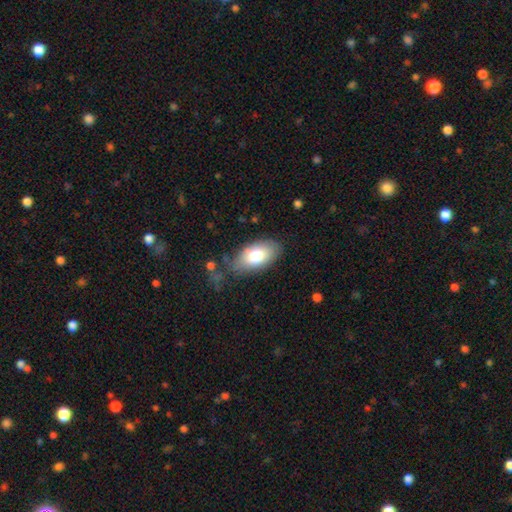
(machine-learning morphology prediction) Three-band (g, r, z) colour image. It shows a smooth galaxy with no disk features (78%) that is in between round and cigar-shaped (94%). Merging: none (68%).